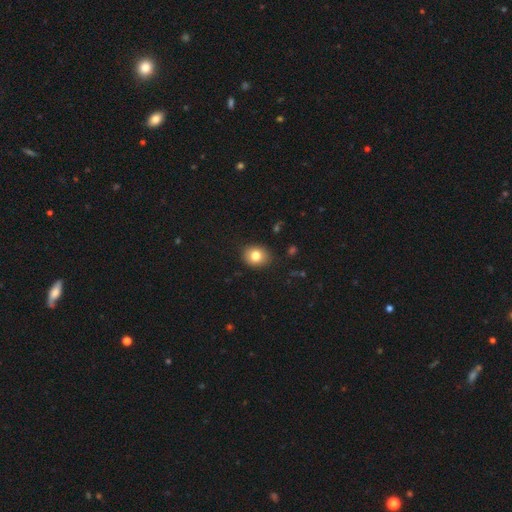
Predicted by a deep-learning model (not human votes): Q: Smooth or featured?
A: smooth (80%); runner-up: star or artifact (11%)
Q: How rounded?
A: round (65%); runner-up: in between (34%)
Q: Merging?
A: none (88%); runner-up: minor disturbance (9%)